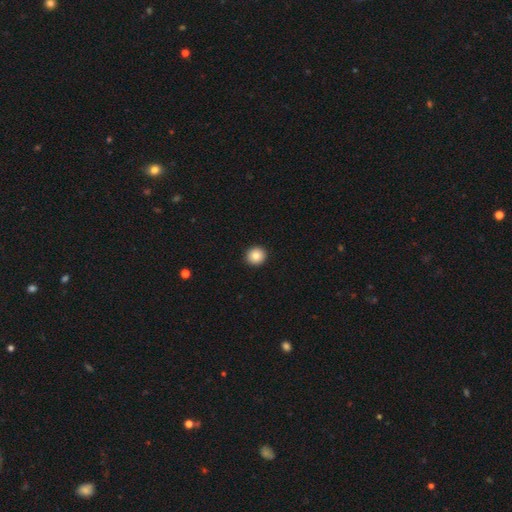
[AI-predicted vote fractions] A smooth galaxy with no disk features (84%) that is round (93%).

Vote fractions:
- Smooth or featured? smooth: 84% / star or artifact: 9% / featured or disk: 7%
- How rounded? round: 93% / in between: 6% / cigar-shaped: 1%
- Merging? none: 93% / minor disturbance: 4% / major disturbance: 1% / merger: 1%